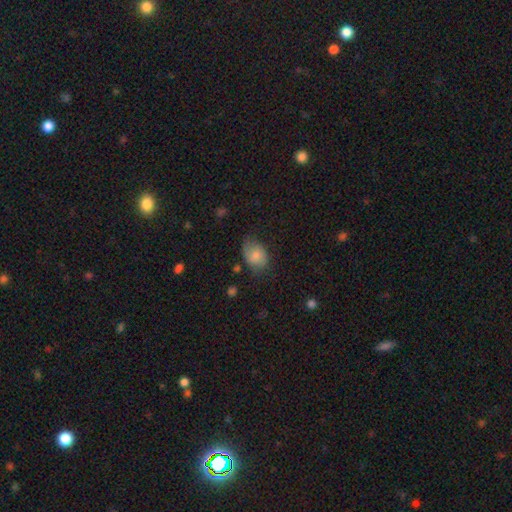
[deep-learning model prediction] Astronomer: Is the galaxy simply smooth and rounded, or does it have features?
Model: smooth — 76%.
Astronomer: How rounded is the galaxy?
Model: in between — 71%.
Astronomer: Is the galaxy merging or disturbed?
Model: none — 54% (runner-up: minor disturbance, 32%).